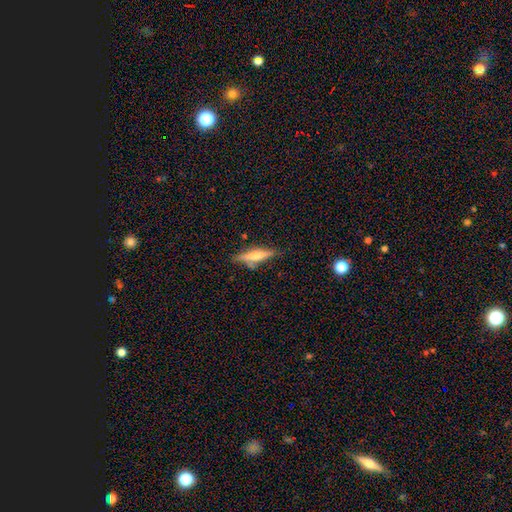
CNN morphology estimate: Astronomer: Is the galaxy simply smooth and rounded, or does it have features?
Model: featured or disk — 47% (runner-up: smooth, 46%).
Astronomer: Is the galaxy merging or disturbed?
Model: none — 72%.